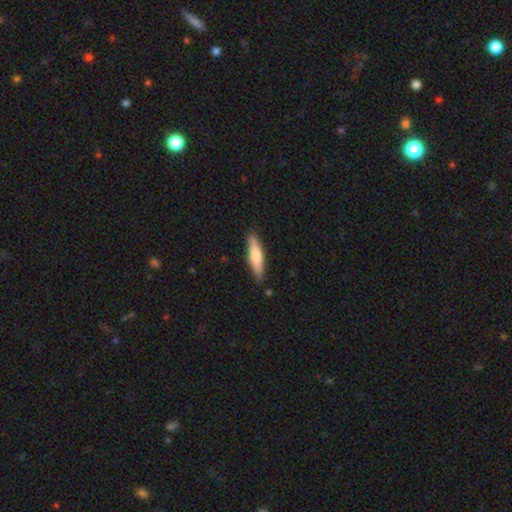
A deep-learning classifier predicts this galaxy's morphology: smooth-or-featured: smooth: 69% | featured or disk: 26% | star or artifact: 5%
  how-rounded: cigar-shaped: 76% | in between: 22% | round: 2%
  merging: none: 86% | minor disturbance: 11% | major disturbance: 2% | merger: 1%